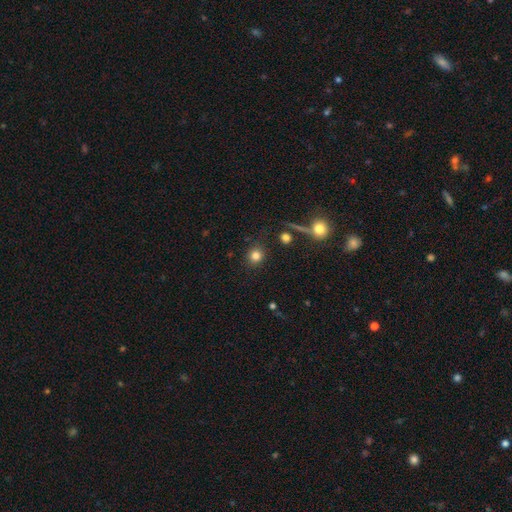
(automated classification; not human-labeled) Smooth or featured? Predicted: smooth (p=0.81). How rounded? Predicted: round (p=0.90). Merging? Predicted: none (p=0.87).